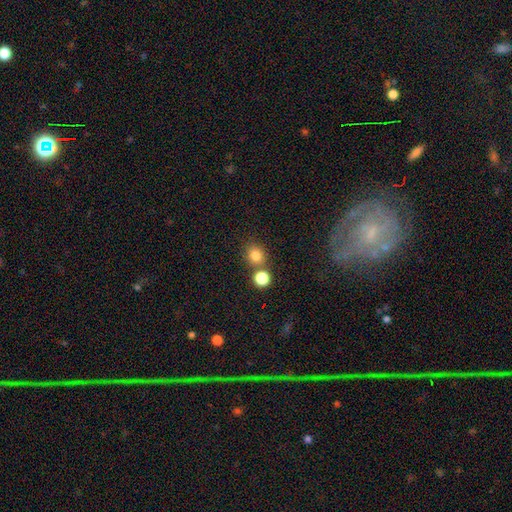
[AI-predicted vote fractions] This appears to be a smooth galaxy with no disk features (80%) that is round (82%). Merging: none (69%).